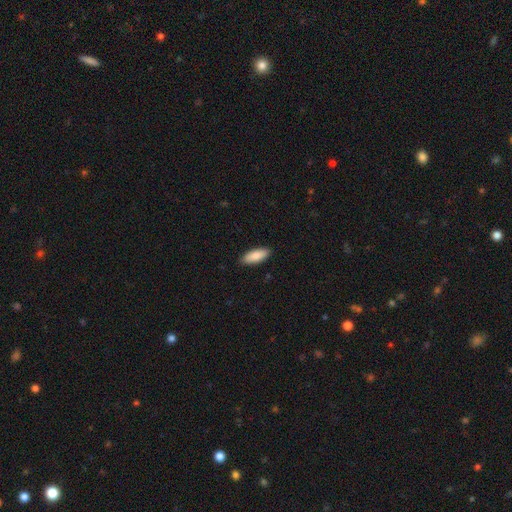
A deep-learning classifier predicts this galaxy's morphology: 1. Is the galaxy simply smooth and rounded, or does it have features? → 86% smooth, 9% featured or disk, 6% star or artifact.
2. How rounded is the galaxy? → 74% in between, 25% cigar-shaped, 2% round.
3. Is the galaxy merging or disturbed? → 89% none, 8% minor disturbance, 2% major disturbance, 1% merger.